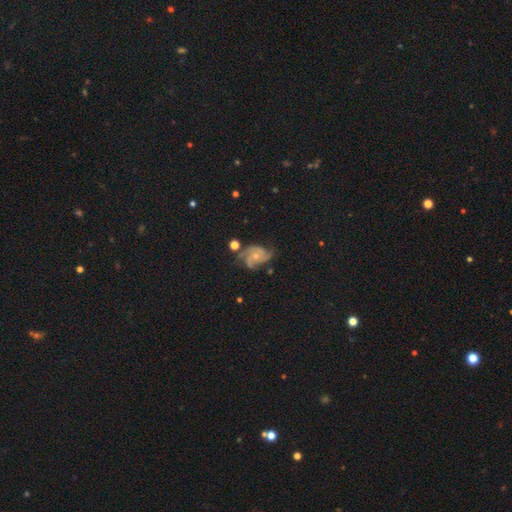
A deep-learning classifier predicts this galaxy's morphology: featured or disk 85%, smooth 8%, star or artifact 7%. Down the decision tree: edge-on disk — no (98%); bar — no (76%); spiral arms — yes (97%); spiral arm count — 3 (64%); spiral winding — medium (48%); bulge size — small (62%); merging — none (61%).